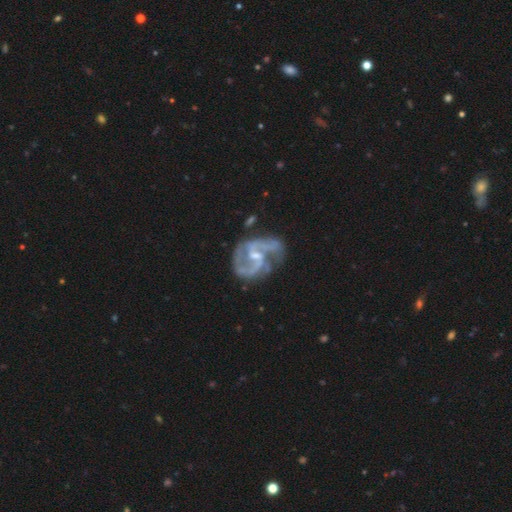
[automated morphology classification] The model was most divided on "bulge size": small: 53%, moderate: 35%, none: 9%, large: 2%, dominant: 1%. More confident: edge-on disk — no (98%); spiral arms — yes (96%); smooth or featured — featured or disk (89%); spiral arm count — 2 (75%); spiral winding — medium (56%); bar — weak (53%); merging — none (53%).